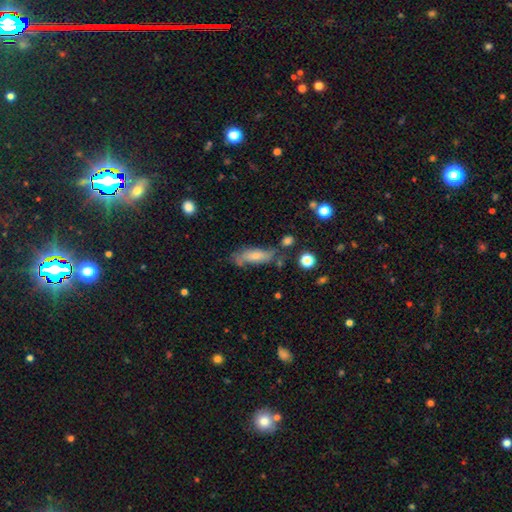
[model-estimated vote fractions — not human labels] Morphology: type=smooth (63%); roundness=in between (61%); merging=none (53%).